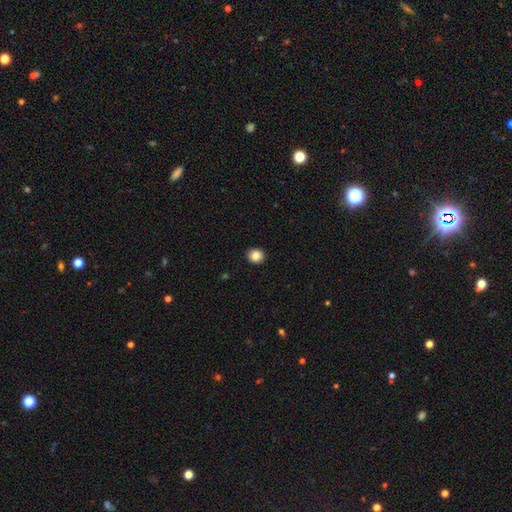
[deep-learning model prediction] A smooth galaxy with no disk features (86%) that is round (79%). Merging: none (92%).